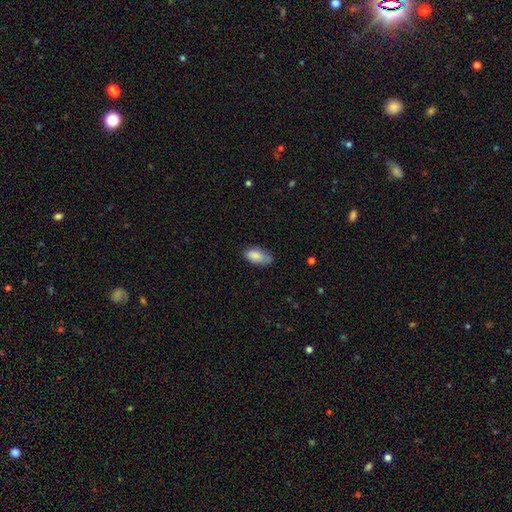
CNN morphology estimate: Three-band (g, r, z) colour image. It shows a smooth galaxy with no disk features (85%) that is in between round and cigar-shaped (93%). Merging: none (62%).